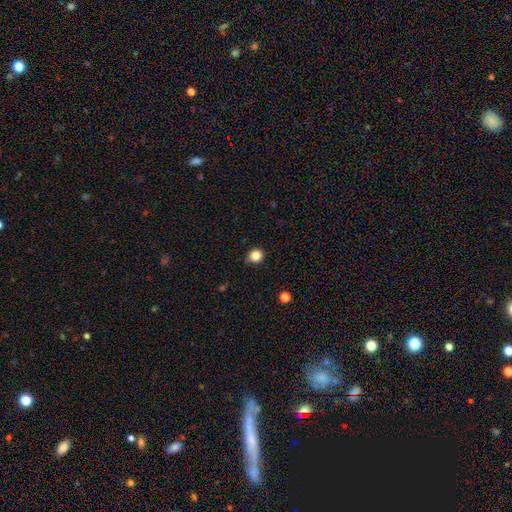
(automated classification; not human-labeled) Q: Smooth or featured?
A: smooth (84%); runner-up: star or artifact (12%)
Q: How rounded?
A: round (87%); runner-up: in between (12%)
Q: Merging?
A: none (83%); runner-up: minor disturbance (14%)